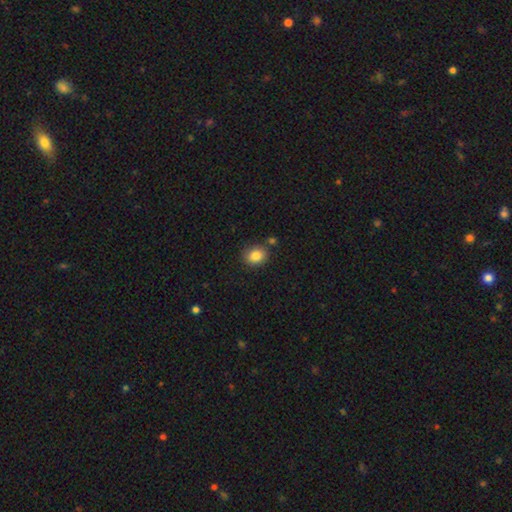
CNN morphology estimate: Smooth or featured? Predicted: smooth (p=0.85). How rounded? Predicted: round (p=0.58). Merging? Predicted: none (p=0.78).